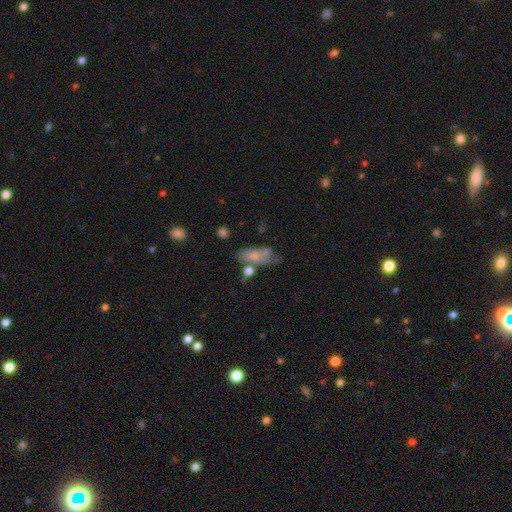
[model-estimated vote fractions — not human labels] This is likely a smooth galaxy (64%). How rounded: likely in between (74%). Merging: marginally none (36%).